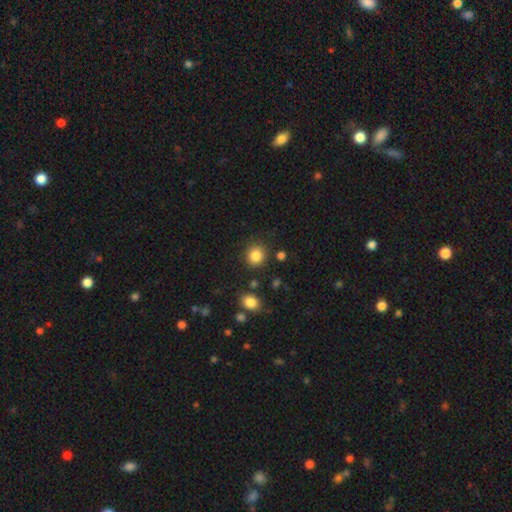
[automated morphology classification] Overall: smooth (85%). How rounded: round (86%). Merging: none (85%).